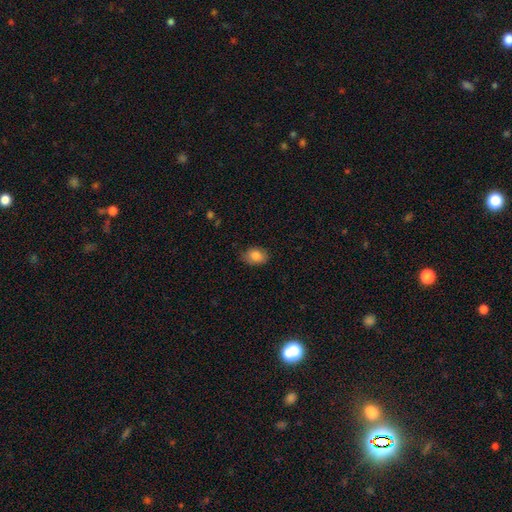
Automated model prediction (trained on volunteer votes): Q: Smooth or featured?
A: smooth (85%); runner-up: star or artifact (8%)
Q: How rounded?
A: in between (77%); runner-up: round (22%)
Q: Merging?
A: none (80%); runner-up: minor disturbance (16%)